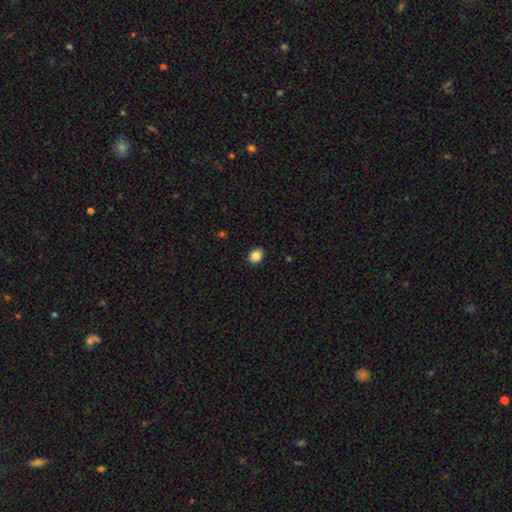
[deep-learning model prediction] A smooth galaxy with no disk features (87%) that is in between round and cigar-shaped (52%).

Vote fractions:
- Smooth or featured? smooth: 87% / star or artifact: 9% / featured or disk: 4%
- How rounded? in between: 52% / round: 48% / cigar-shaped: 1%
- Merging? none: 90% / minor disturbance: 7% / major disturbance: 2% / merger: 1%